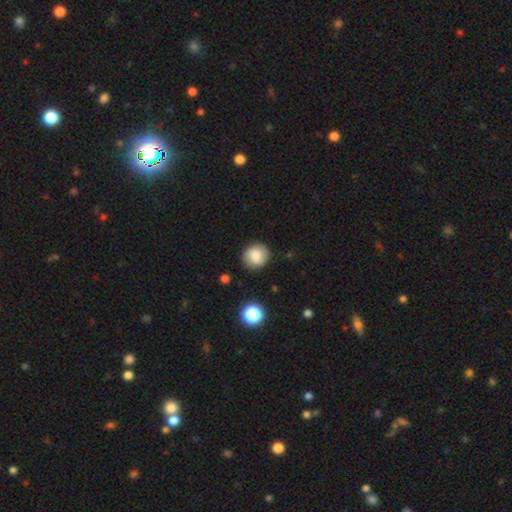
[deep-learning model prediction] This appears to be a smooth galaxy with no disk features (70%) that is round (87%). Merging: none (86%).